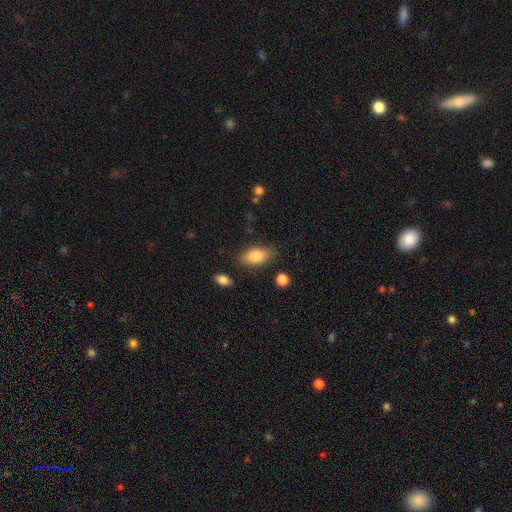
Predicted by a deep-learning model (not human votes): Q: Smooth or featured?
A: smooth (82%); runner-up: featured or disk (11%)
Q: How rounded?
A: in between (89%); runner-up: round (6%)
Q: Merging?
A: none (78%); runner-up: minor disturbance (15%)